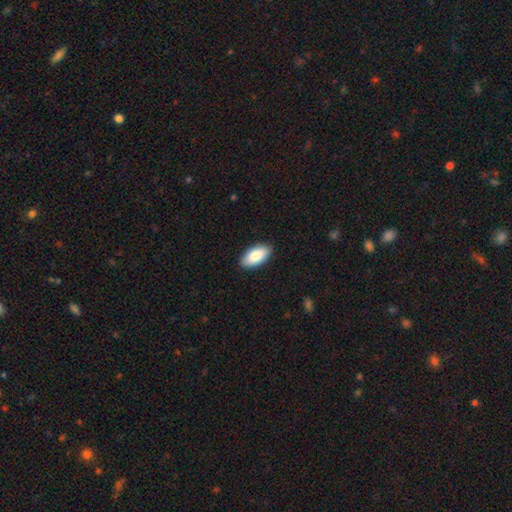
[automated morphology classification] A smooth galaxy with no disk features (85%) that is in between round and cigar-shaped (93%).

Vote fractions:
- Smooth or featured? smooth: 85% / featured or disk: 9% / star or artifact: 6%
- How rounded? in between: 93% / cigar-shaped: 5% / round: 2%
- Merging? none: 89% / minor disturbance: 8% / major disturbance: 2% / merger: 1%